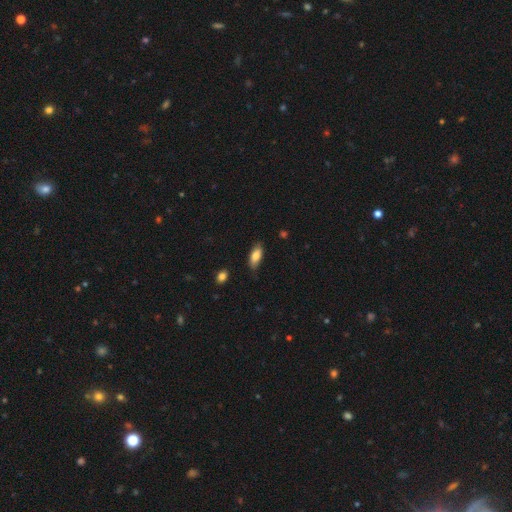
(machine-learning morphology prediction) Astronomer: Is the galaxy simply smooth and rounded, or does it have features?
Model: smooth — 81%.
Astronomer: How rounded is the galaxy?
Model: in between — 82%.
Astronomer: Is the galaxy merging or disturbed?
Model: none — 79%.